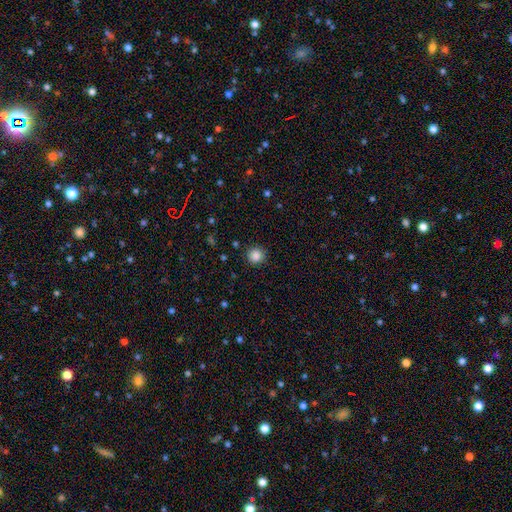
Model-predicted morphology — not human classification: Overall: smooth (86%). How rounded: round (94%). Merging: none (91%).